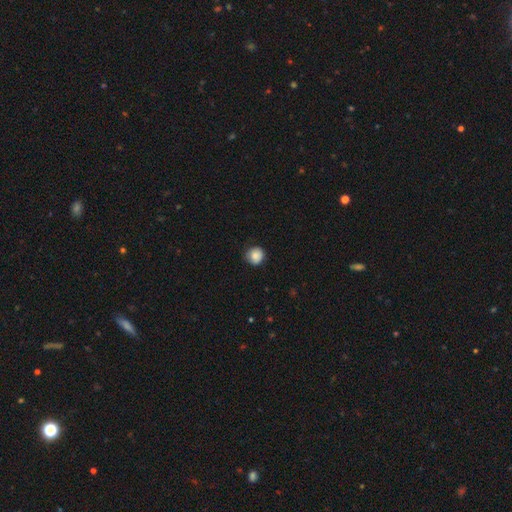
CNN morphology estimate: Smooth or featured? smooth (83%)
How rounded? round (89%)
Merging? none (79%)